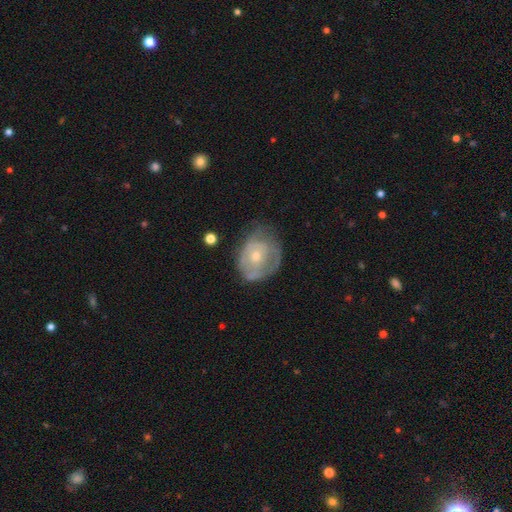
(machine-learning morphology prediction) featured or disk 61%, smooth 31%, star or artifact 8%. Down the decision tree: edge-on disk — no (96%); bar — no (81%); spiral arms — yes (54%); bulge size — small (54%); merging — none (51%).